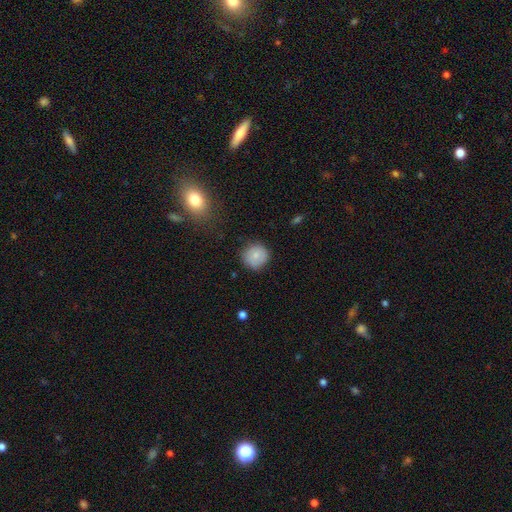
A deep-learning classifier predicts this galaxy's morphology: A smooth galaxy with no disk features (79%) that is round (92%).

Vote fractions:
- Smooth or featured? smooth: 79% / featured or disk: 13% / star or artifact: 8%
- How rounded? round: 92% / in between: 7% / cigar-shaped: 1%
- Merging? none: 82% / minor disturbance: 14% / major disturbance: 3% / merger: 1%